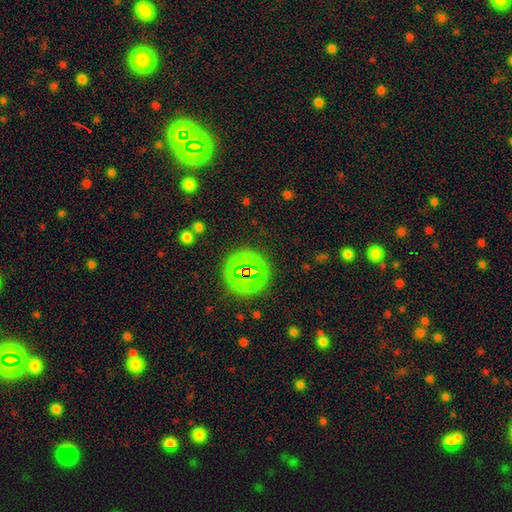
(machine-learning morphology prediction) smooth-or-featured: star or artifact: 69% | smooth: 21% | featured or disk: 10%